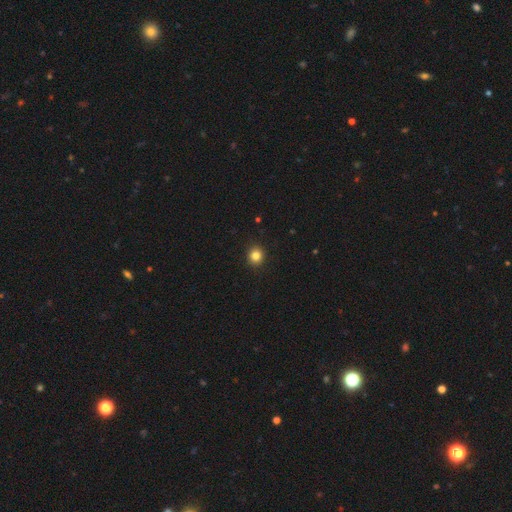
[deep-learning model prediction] smooth-or-featured: smooth: 83% | star or artifact: 12% | featured or disk: 5%
  how-rounded: round: 87% | in between: 13% | cigar-shaped: 1%
  merging: none: 92% | minor disturbance: 5% | major disturbance: 2% | merger: 1%